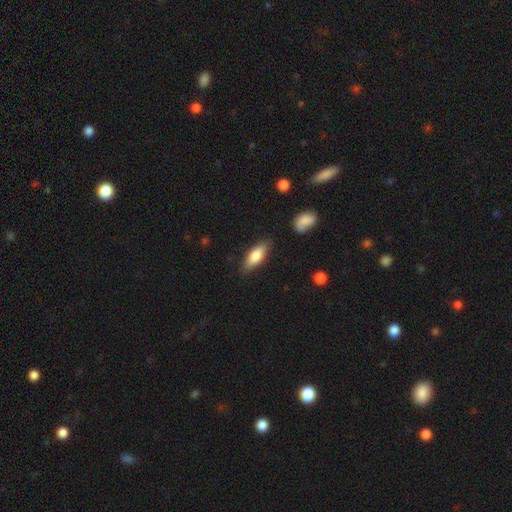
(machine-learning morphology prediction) A smooth galaxy with no disk features (79%) that is in between round and cigar-shaped (73%). Merging: none (83%).